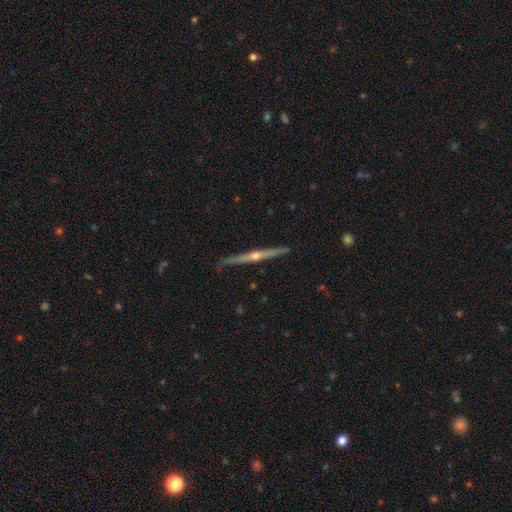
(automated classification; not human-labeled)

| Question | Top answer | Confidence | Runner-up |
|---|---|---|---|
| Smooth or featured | featured or disk | 81% | smooth (13%) |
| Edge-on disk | yes | 98% | no (2%) |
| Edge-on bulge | rounded | 89% | none (9%) |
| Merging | none | 88% | minor disturbance (9%) |